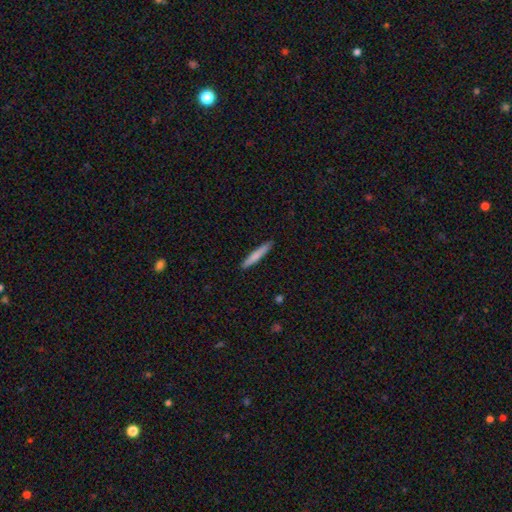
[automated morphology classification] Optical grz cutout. It shows a smooth galaxy with no disk features (74%) that is cigar-shaped (95%). Merging: none (91%).